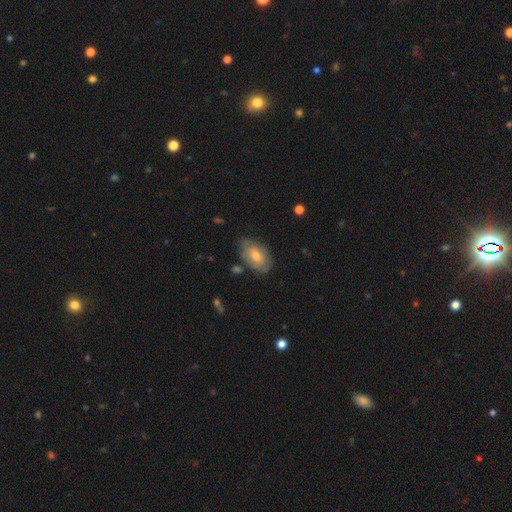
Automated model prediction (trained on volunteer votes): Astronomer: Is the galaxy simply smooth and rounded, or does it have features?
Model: featured or disk — 47% (runner-up: smooth, 44%).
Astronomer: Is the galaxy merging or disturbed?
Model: none — 73%.